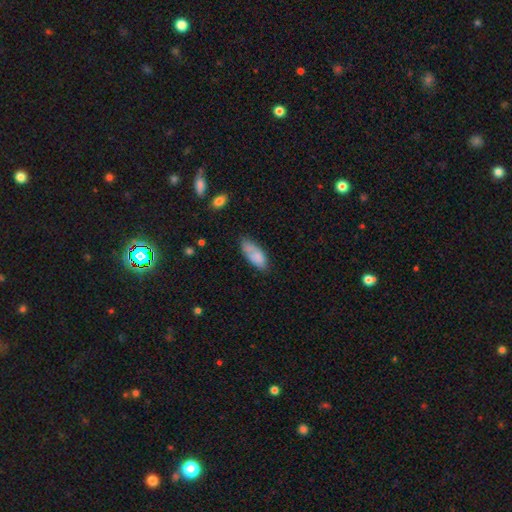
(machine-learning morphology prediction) Smooth or featured? Predicted: smooth (p=0.81). How rounded? Predicted: in between (p=0.82). Merging? Predicted: none (p=0.60).